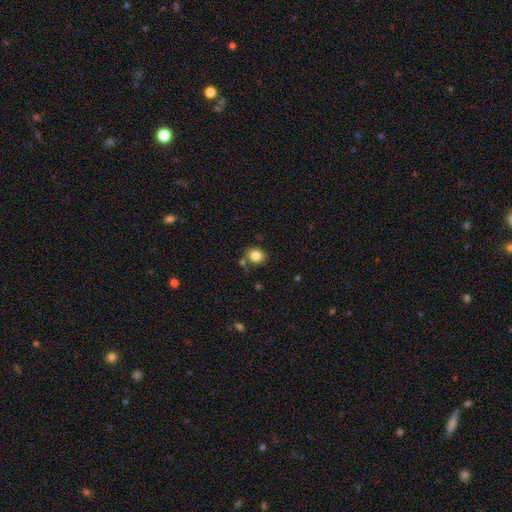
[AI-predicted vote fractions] Smooth or featured: smooth — 83% (star or artifact — 10%)
How rounded: round — 67% (in between — 32%)
Merging: none — 75% (minor disturbance — 13%)